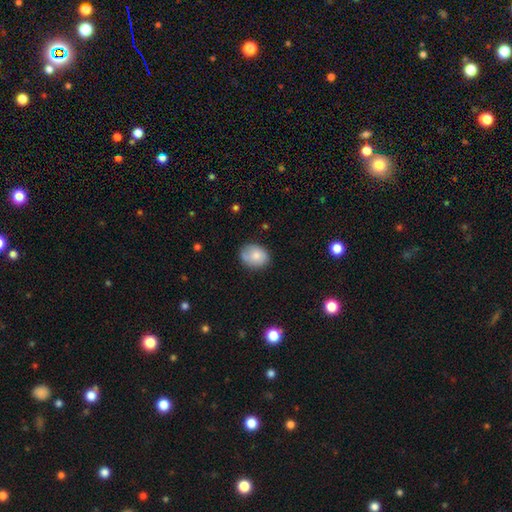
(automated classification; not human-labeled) Overall: smooth (77%). How rounded: in between (54%; round 45%). Merging: none (69%).